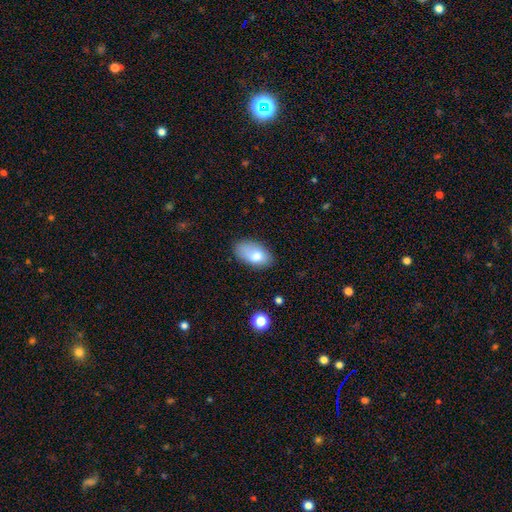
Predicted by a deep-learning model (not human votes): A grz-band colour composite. It shows a smooth galaxy with no disk features (80%) that is in between round and cigar-shaped (94%). Merging: none (70%).